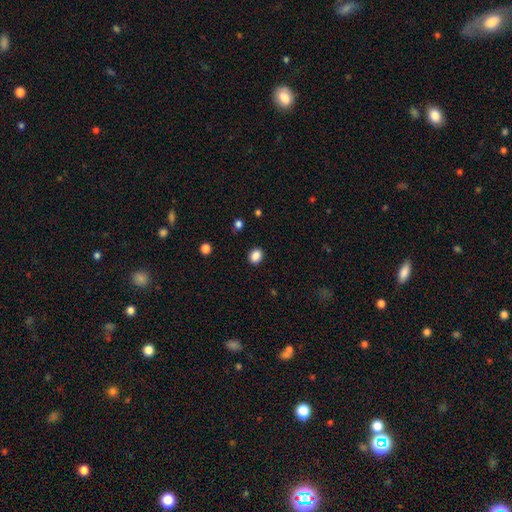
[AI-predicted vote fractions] Overall: smooth (87%). How rounded: round (50%; in between 49%). Merging: none (89%).